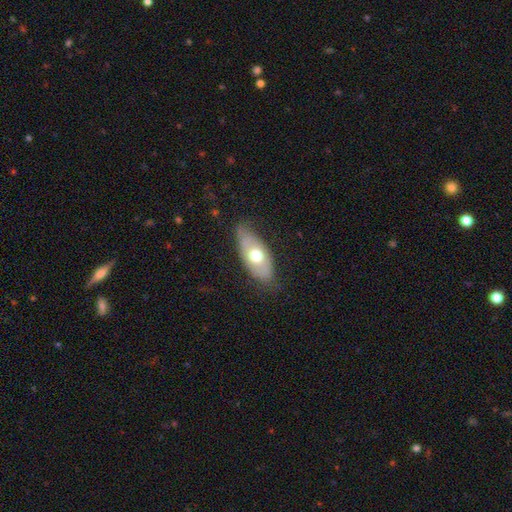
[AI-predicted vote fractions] Smooth or featured? smooth (59%)
How rounded? in between (86%)
Merging? none (69%)